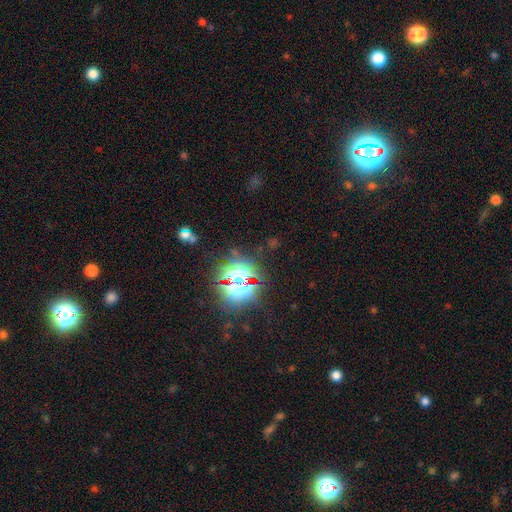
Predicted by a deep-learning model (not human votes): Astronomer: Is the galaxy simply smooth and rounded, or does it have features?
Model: star or artifact — 81%.